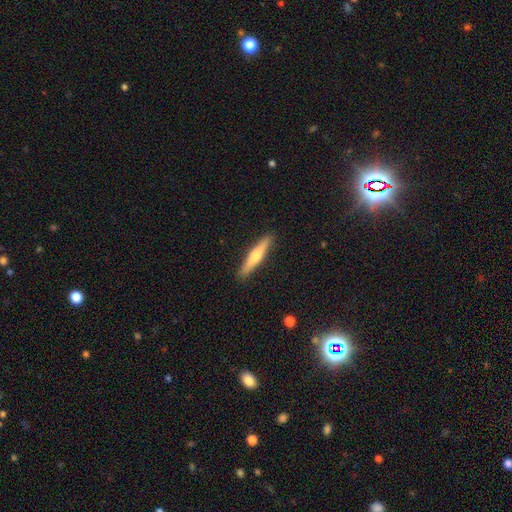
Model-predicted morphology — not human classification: Q: Smooth or featured?
A: smooth (56%); runner-up: featured or disk (39%)
Q: How rounded?
A: cigar-shaped (91%); runner-up: in between (8%)
Q: Merging?
A: none (91%); runner-up: minor disturbance (7%)